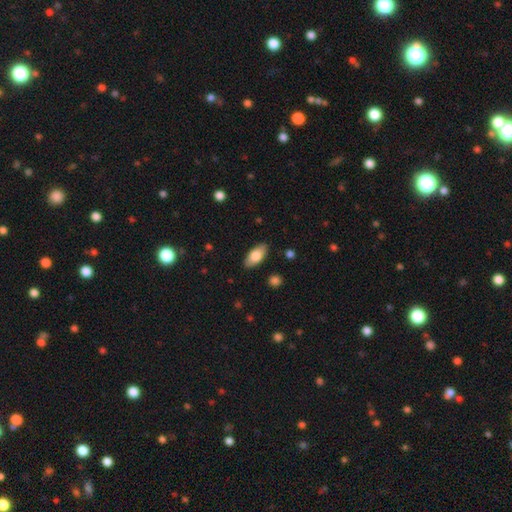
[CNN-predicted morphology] This is likely a smooth galaxy (78%). How rounded: clearly in between (89%). Merging: clearly none (87%).